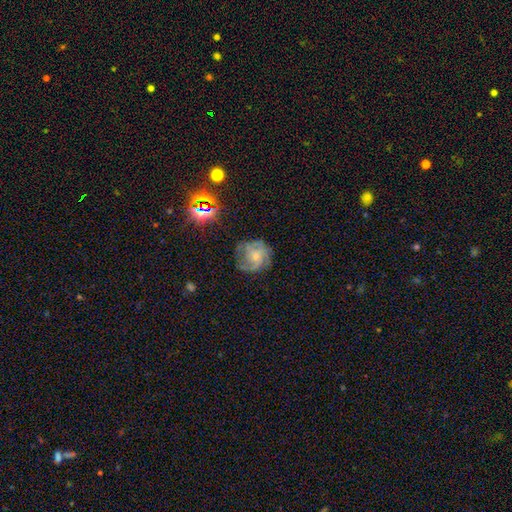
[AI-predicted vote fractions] Smooth or featured? featured or disk (64%)
Edge-on disk? no (98%)
Bar? no (72%)
Spiral arms? yes (85%)
Spiral winding? medium (43%)
Spiral arm count? can't tell (34%)
Bulge size? small (60%)
Merging? none (63%)